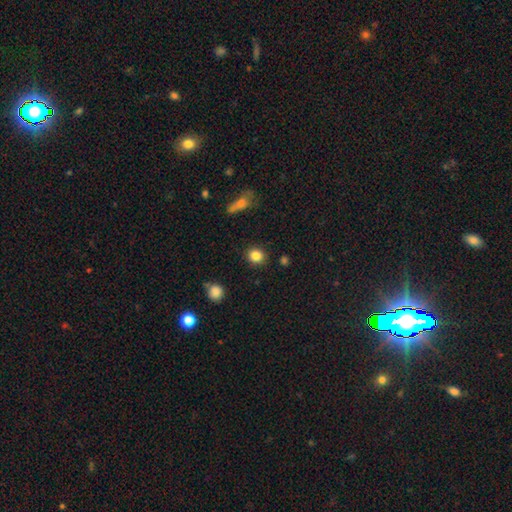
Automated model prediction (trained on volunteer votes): Smooth or featured? smooth (85%)
How rounded? round (83%)
Merging? none (89%)